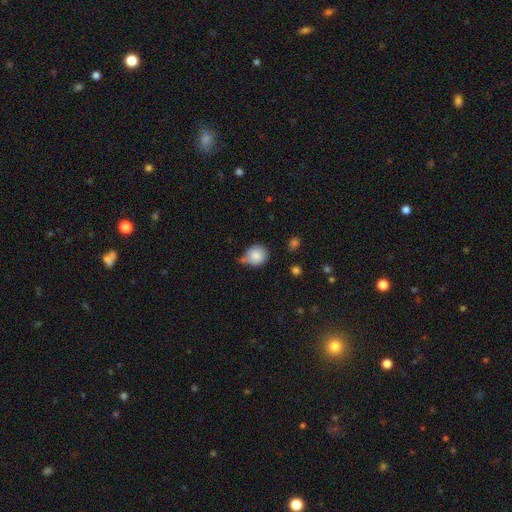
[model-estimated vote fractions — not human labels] The model was most divided on "merging": none: 51%, minor disturbance: 32%, merger: 10%, major disturbance: 7%. More confident: smooth or featured — smooth (84%); how rounded — round (83%).